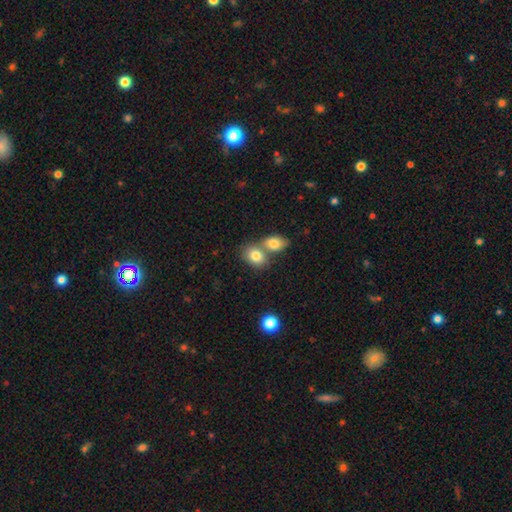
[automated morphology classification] smooth_or_featured: smooth (p=0.81) [alt: featured or disk p=0.10]
how_rounded: in between (p=0.68) [alt: round p=0.31]
merging: merger (p=0.54) [alt: none p=0.36]